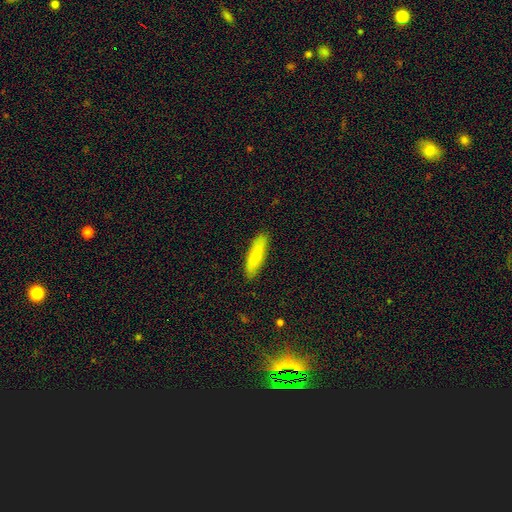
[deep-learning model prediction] smooth_or_featured: smooth (p=0.78) [alt: featured or disk p=0.17]
how_rounded: cigar-shaped (p=0.62) [alt: in between p=0.37]
merging: none (p=0.88) [alt: minor disturbance p=0.09]